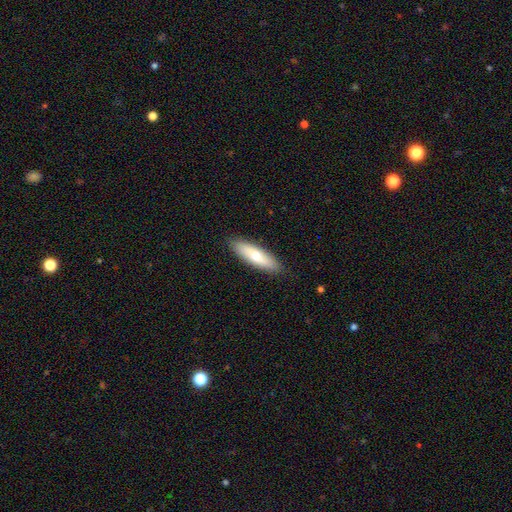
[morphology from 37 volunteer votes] Smooth or featured? 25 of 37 (68%) said smooth. How rounded? 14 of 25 (56%) said cigar-shaped. Merging? 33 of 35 (94%) said none.